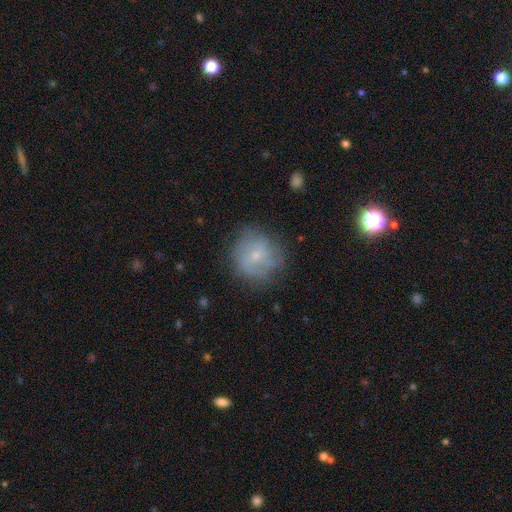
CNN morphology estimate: smooth_or_featured: featured or disk (p=0.46) [alt: smooth p=0.44]
merging: none (p=0.71) [alt: minor disturbance p=0.19]